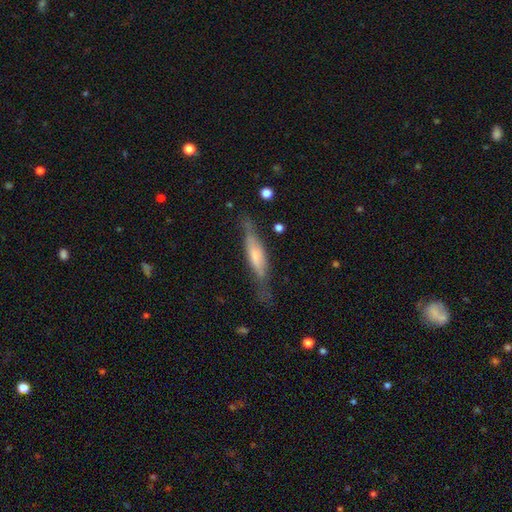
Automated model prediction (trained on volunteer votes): A featured or disk galaxy (48%).

Vote fractions:
- Smooth or featured? featured or disk: 48% / smooth: 45% / star or artifact: 6%
- Merging? none: 64% / minor disturbance: 24% / major disturbance: 10% / merger: 3%